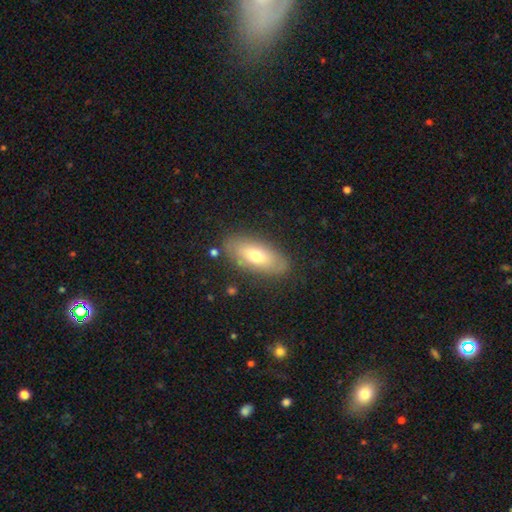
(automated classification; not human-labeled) Smooth or featured: smooth — 64% (featured or disk — 29%)
How rounded: in between — 82% (cigar-shaped — 15%)
Merging: none — 81% (minor disturbance — 13%)